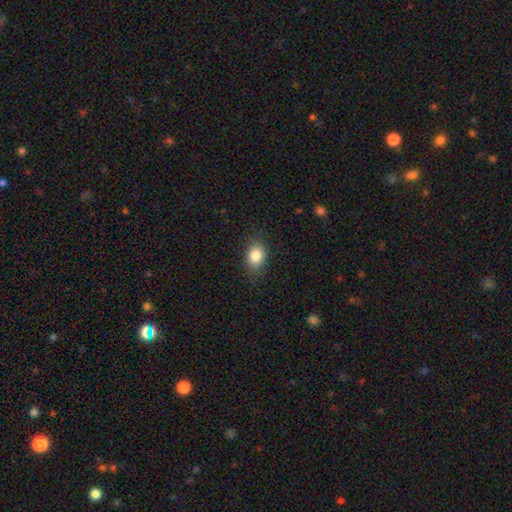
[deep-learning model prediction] Smooth or featured? Predicted: smooth (p=0.84). How rounded? Predicted: in between (p=0.70). Merging? Predicted: none (p=0.82).